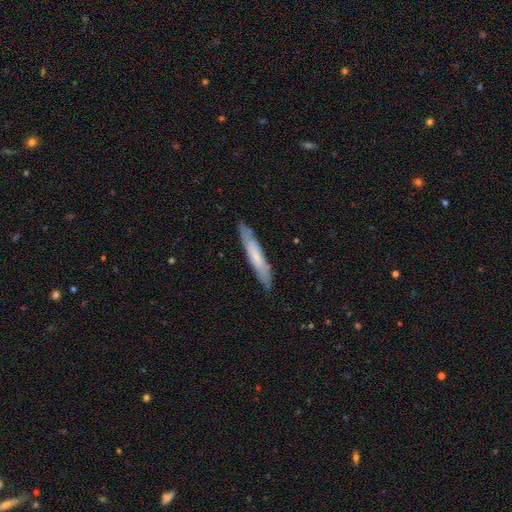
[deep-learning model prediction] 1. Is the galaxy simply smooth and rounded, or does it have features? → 51% smooth, 43% featured or disk, 6% star or artifact.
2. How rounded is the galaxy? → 92% cigar-shaped, 7% in between, 1% round.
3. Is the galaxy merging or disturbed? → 86% none, 11% minor disturbance, 2% major disturbance, 1% merger.